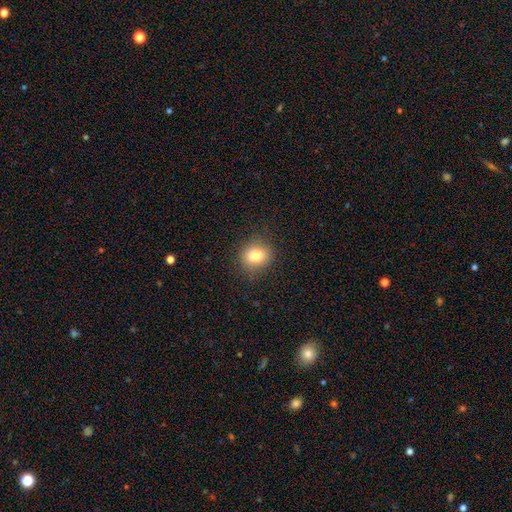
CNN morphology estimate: This is clearly a smooth galaxy (81%). How rounded: likely round (70%). Merging: clearly none (85%).